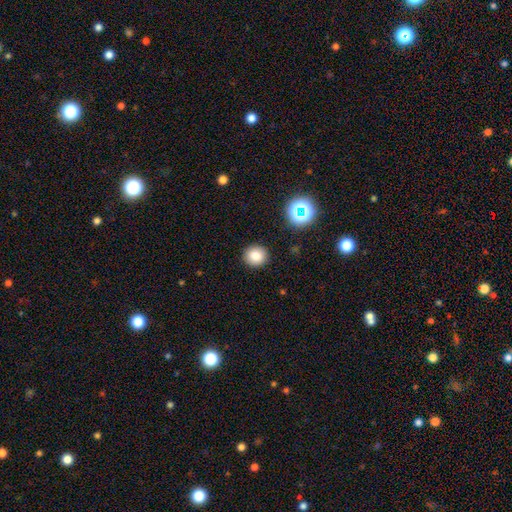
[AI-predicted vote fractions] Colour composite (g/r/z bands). It shows a smooth galaxy with no disk features (80%) that is round (87%). Merging: none (91%).